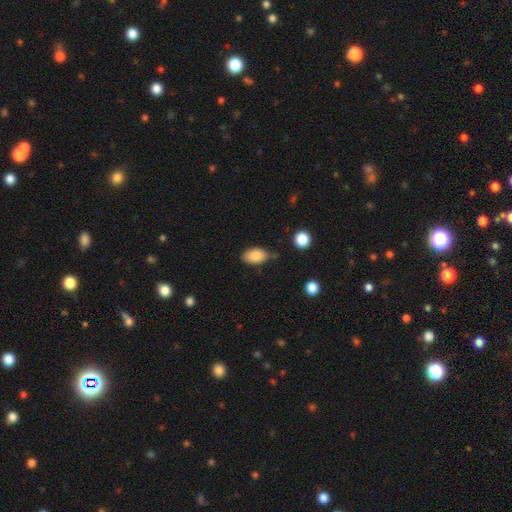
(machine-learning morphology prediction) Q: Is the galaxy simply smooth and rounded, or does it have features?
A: smooth — 87%.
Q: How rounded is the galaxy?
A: in between — 92%.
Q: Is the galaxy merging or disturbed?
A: none — 70%.